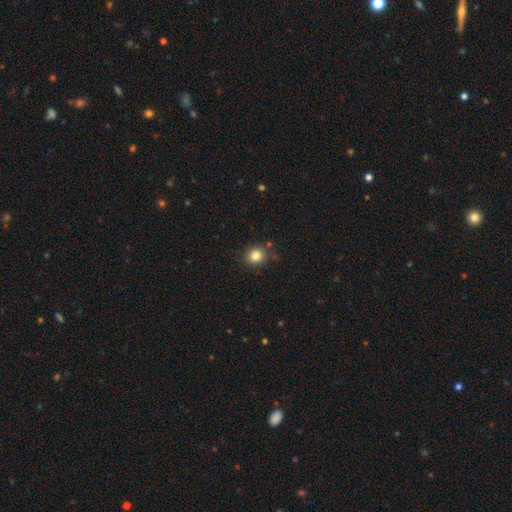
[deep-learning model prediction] A smooth galaxy with no disk features (82%) that is round (84%). Merging: none (83%).